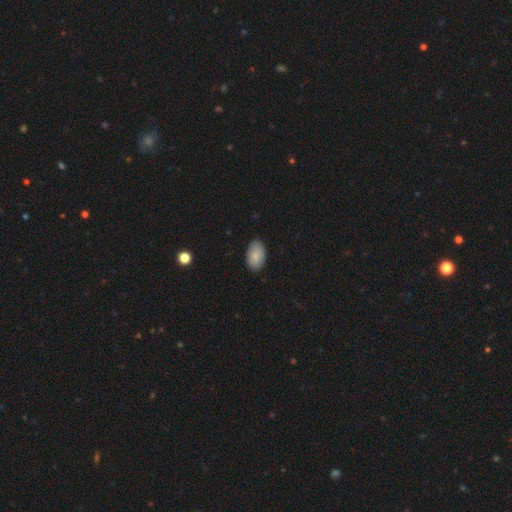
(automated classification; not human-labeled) Morphology: type=smooth (87%); roundness=in between (94%); merging=none (88%).